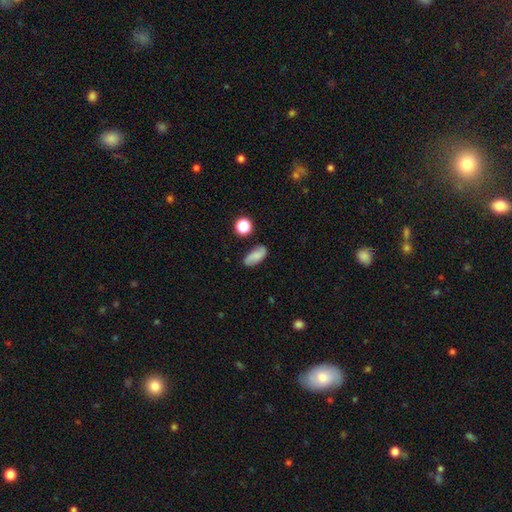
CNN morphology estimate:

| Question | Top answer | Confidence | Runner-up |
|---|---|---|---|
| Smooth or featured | smooth | 74% | featured or disk (16%) |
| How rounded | in between | 84% | cigar-shaped (9%) |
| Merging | none | 78% | minor disturbance (15%) |